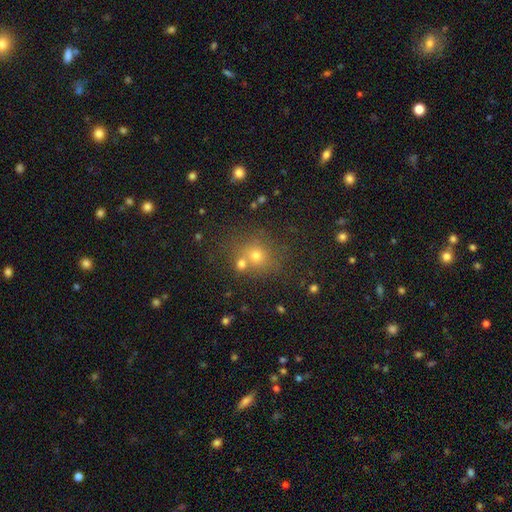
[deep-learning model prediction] The model was most divided on "smooth or featured": smooth: 65%, star or artifact: 24%, featured or disk: 12%. More confident: how rounded — round (82%); merging — none (65%).